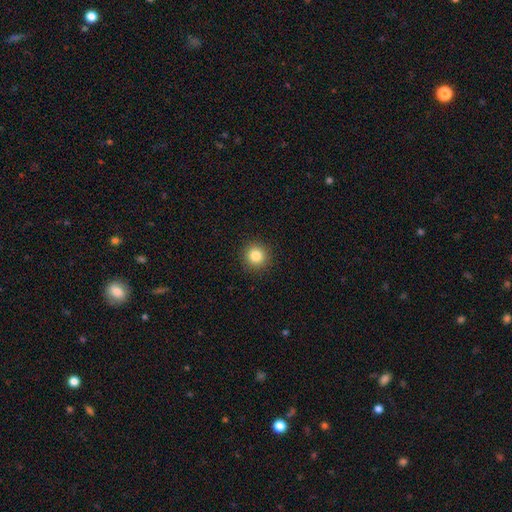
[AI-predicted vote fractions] smooth 84%, star or artifact 11%, featured or disk 5%. Down the decision tree: how rounded — round (94%); merging — none (92%).